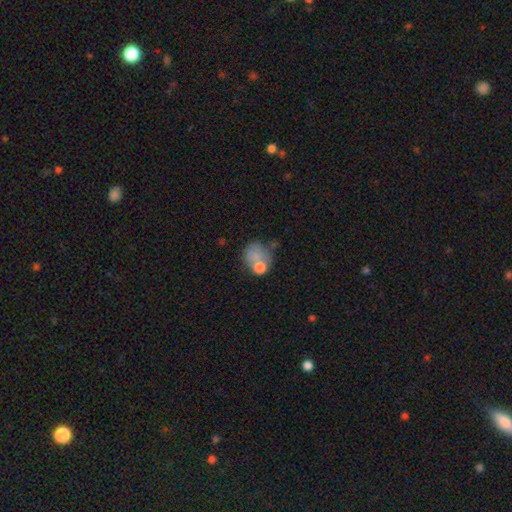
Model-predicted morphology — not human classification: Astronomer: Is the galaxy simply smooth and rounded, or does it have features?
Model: smooth — 69%.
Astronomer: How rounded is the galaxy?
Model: round — 64%.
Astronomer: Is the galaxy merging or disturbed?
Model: none — 33% (runner-up: merger, 27%).